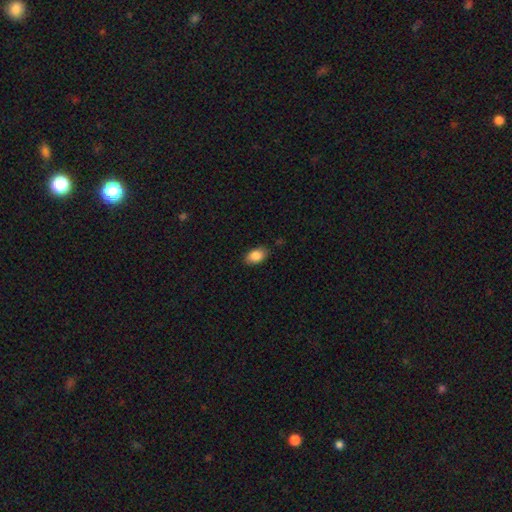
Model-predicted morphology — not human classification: Smooth or featured?
  - smooth: 86% *
  - star or artifact: 7%
  - featured or disk: 7%
How rounded?
  - in between: 91% *
  - round: 8%
  - cigar-shaped: 2%
Merging?
  - none: 85% *
  - minor disturbance: 12%
  - major disturbance: 2%
  - merger: 1%